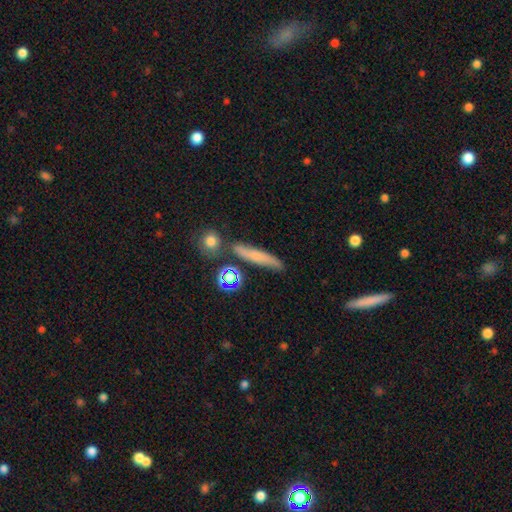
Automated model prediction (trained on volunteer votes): Smooth or featured?
  - smooth: 56% *
  - featured or disk: 30%
  - star or artifact: 14%
How rounded?
  - cigar-shaped: 79% *
  - in between: 12%
  - round: 9%
Merging?
  - none: 75% *
  - minor disturbance: 14%
  - merger: 7%
  - major disturbance: 4%